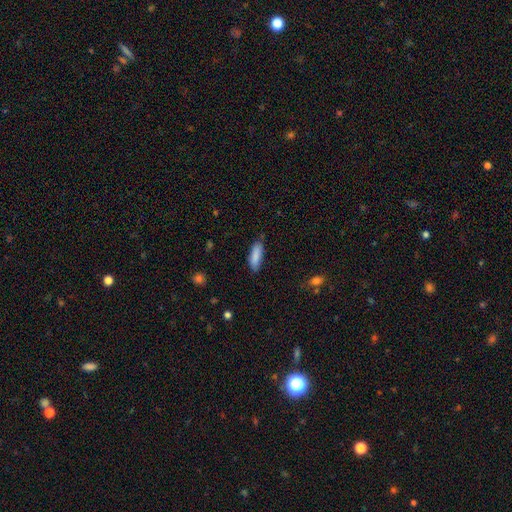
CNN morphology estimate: This is clearly a smooth galaxy (87%). How rounded: possibly in between (56%). Merging: clearly none (81%).